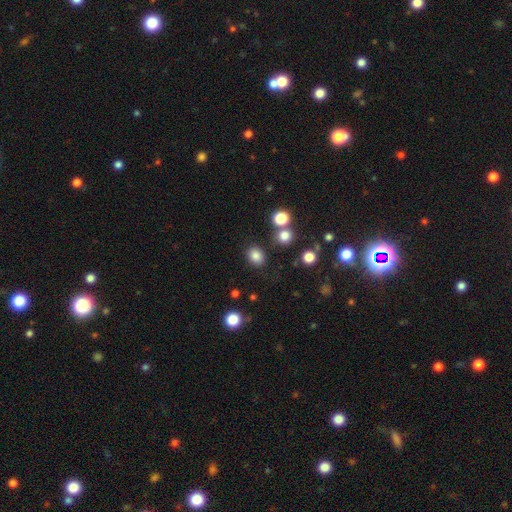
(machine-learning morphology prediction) smooth 82%, star or artifact 13%, featured or disk 5%. Down the decision tree: how rounded — round (50%); merging — none (83%).